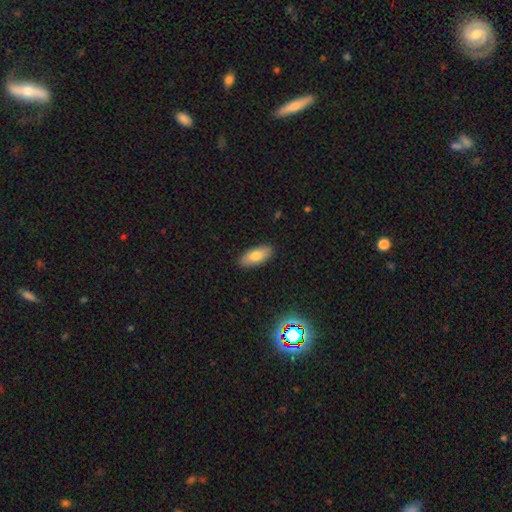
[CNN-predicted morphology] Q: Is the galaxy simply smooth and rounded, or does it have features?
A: smooth — 78%.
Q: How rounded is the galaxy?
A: in between — 86%.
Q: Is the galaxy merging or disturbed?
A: none — 89%.